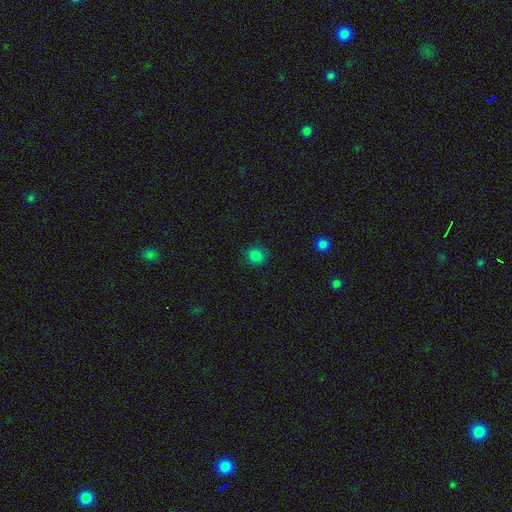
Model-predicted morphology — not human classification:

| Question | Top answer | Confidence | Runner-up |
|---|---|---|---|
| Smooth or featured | smooth | 82% | star or artifact (15%) |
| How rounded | round | 84% | in between (15%) |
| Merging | none | 87% | minor disturbance (9%) |